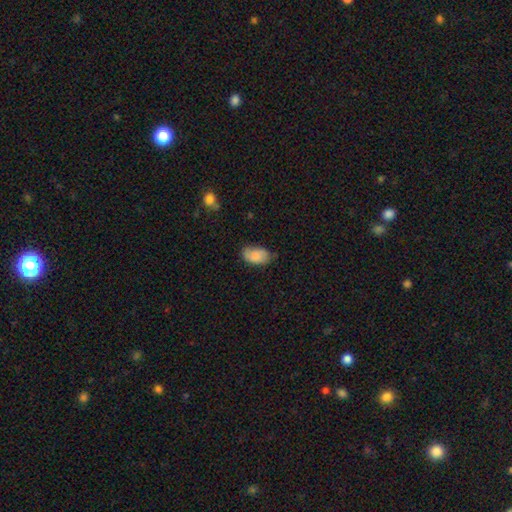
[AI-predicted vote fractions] This appears to be a smooth galaxy with no disk features (82%) that is in between round and cigar-shaped (93%). Merging: none (71%).